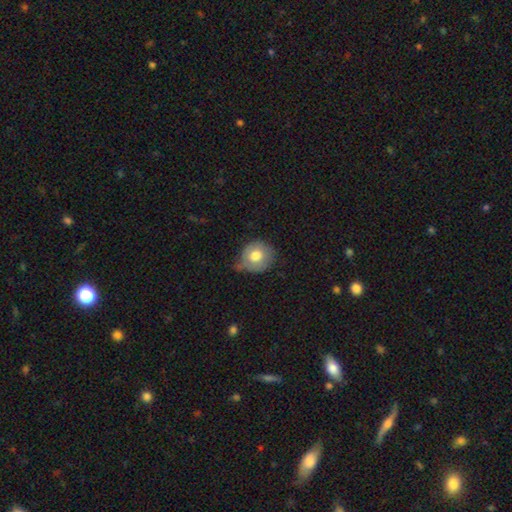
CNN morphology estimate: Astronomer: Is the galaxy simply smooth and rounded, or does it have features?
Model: smooth — 74%.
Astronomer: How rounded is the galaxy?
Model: round — 78%.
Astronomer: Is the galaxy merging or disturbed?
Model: none — 49% (runner-up: minor disturbance, 37%).